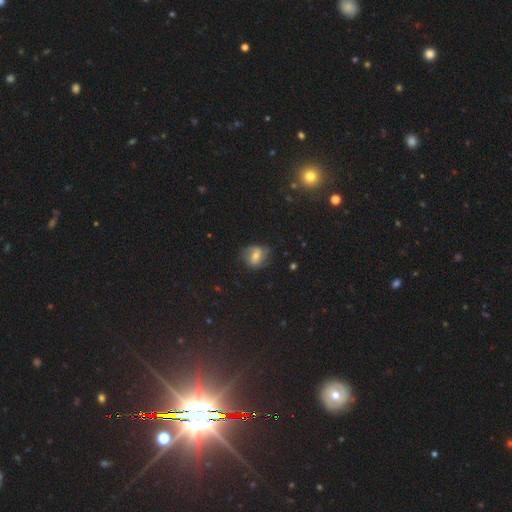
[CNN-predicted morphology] smooth 44%, featured or disk 43%, star or artifact 12%. Down the decision tree: merging — none (69%).